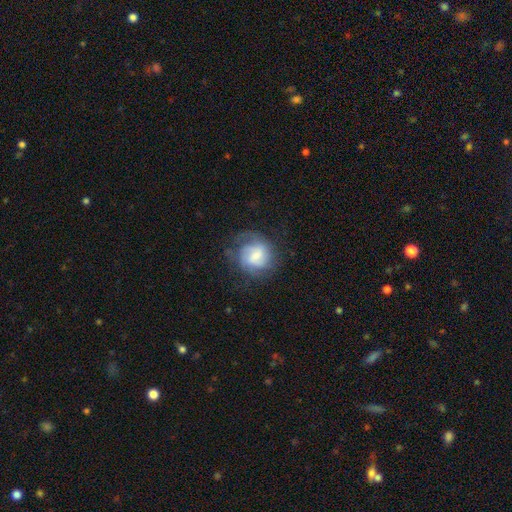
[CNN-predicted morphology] This is possibly a featured or disk galaxy (50%). It is clearly not viewed edge-on (97%). Merging: possibly none (55%).